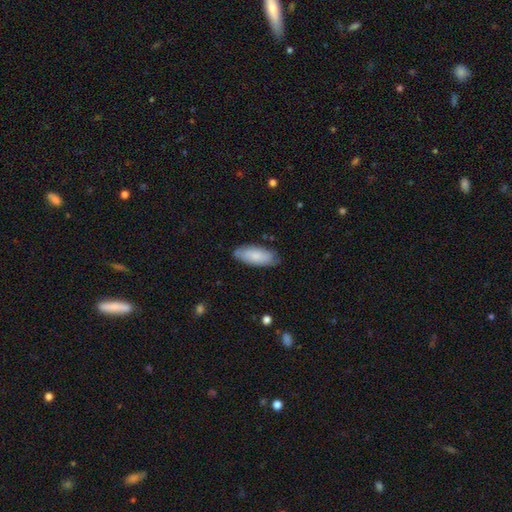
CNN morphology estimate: Smooth or featured? Predicted: smooth (p=0.76). How rounded? Predicted: in between (p=0.78). Merging? Predicted: none (p=0.79).